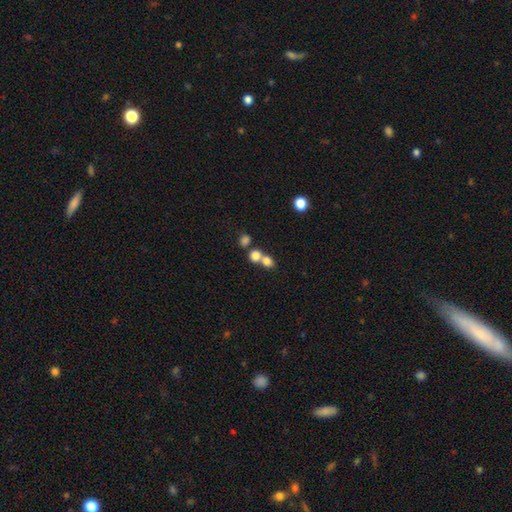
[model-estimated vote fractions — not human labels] Smooth or featured?
  - smooth: 78% *
  - star or artifact: 12%
  - featured or disk: 10%
How rounded?
  - round: 71% *
  - in between: 28%
  - cigar-shaped: 1%
Merging?
  - merger: 56% *
  - none: 35%
  - minor disturbance: 6%
  - major disturbance: 3%